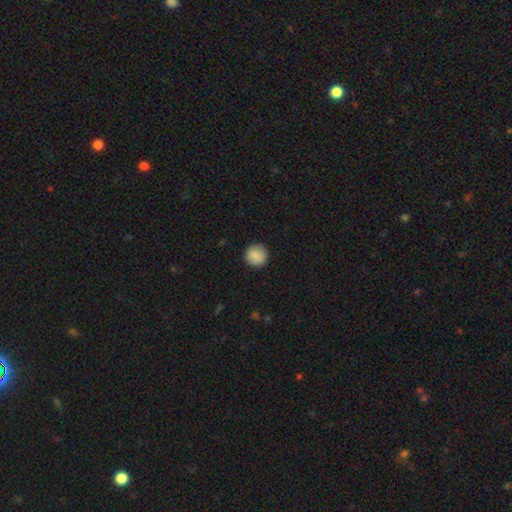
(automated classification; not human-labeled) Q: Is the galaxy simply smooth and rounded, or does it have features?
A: smooth — 88%.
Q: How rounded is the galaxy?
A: round — 94%.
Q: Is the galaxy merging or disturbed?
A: none — 91%.